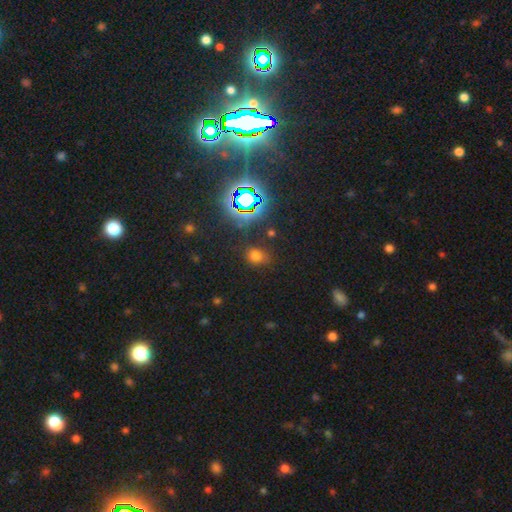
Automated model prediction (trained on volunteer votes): Q: Smooth or featured?
A: smooth (61%); runner-up: star or artifact (33%)
Q: How rounded?
A: in between (49%); tied with: round (49%)
Q: Merging?
A: none (76%); runner-up: minor disturbance (16%)